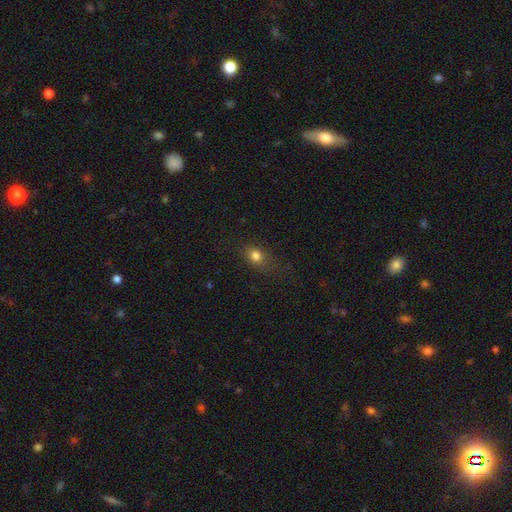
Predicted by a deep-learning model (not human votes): Smooth or featured? Predicted: smooth (p=0.79). How rounded? Predicted: round (p=0.49). Merging? Predicted: none (p=0.74).